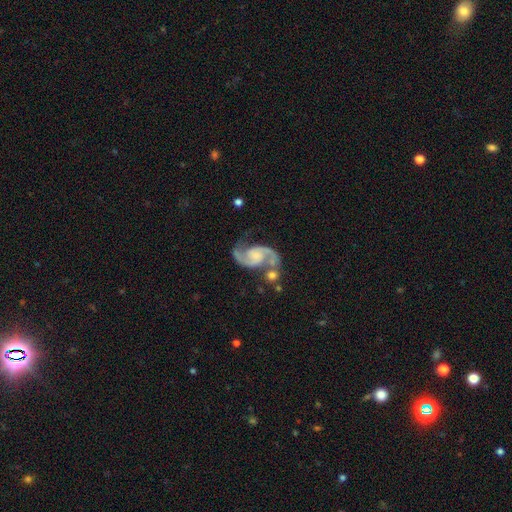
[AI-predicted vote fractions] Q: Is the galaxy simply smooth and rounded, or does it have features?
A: featured or disk — 92%.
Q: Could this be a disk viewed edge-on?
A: no — 98%.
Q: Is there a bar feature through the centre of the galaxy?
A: no — 57%.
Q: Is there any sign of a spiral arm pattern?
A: yes — 98%.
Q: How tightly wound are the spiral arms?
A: medium — 52%.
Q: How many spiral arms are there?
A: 2 — 94%.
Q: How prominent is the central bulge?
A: none — 33%.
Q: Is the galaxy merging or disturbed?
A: none — 57%.